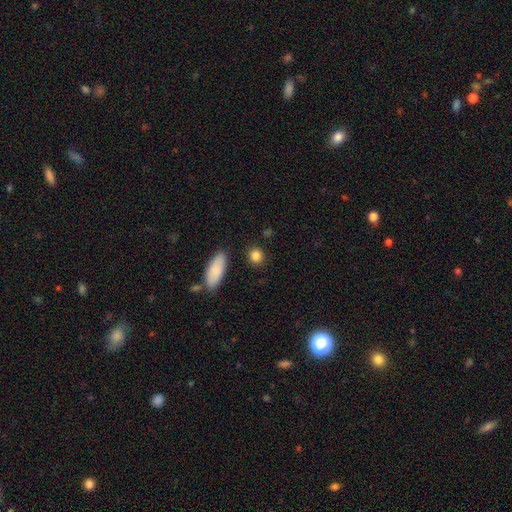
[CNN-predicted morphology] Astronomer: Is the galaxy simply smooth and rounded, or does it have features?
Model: smooth — 86%.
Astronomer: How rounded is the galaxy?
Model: round — 75%.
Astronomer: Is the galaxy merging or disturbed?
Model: none — 87%.